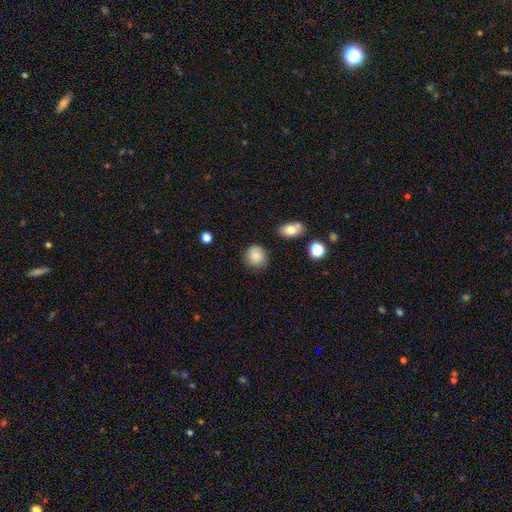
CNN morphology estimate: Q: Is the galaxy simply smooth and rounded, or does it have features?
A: smooth — 84%.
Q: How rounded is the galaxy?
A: round — 85%.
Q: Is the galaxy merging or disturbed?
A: none — 80%.